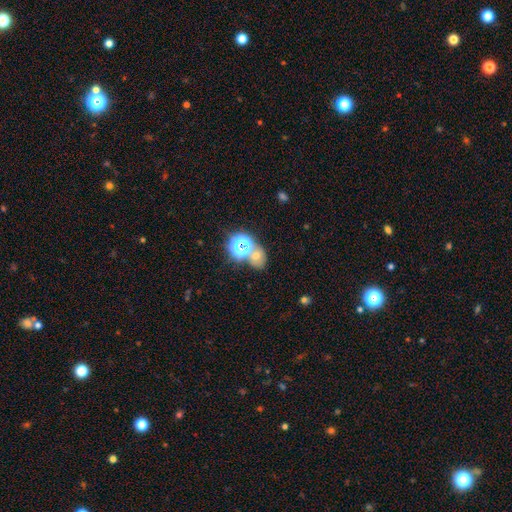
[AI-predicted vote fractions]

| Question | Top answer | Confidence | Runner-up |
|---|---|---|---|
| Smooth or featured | smooth | 45% | star or artifact (43%) |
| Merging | none | 55% | merger (30%) |